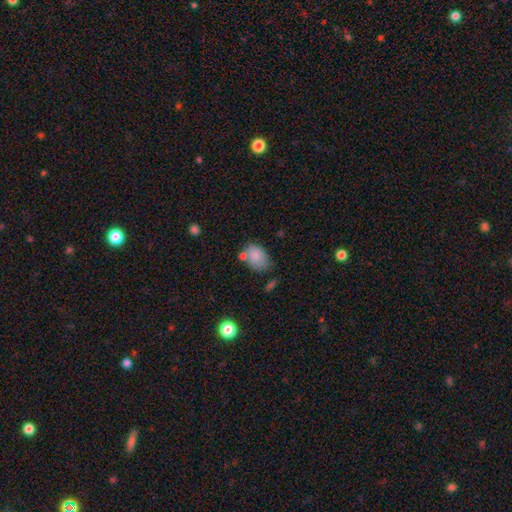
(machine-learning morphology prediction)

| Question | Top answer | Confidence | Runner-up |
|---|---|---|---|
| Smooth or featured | smooth | 82% | featured or disk (10%) |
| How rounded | in between | 78% | round (21%) |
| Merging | none | 54% | minor disturbance (23%) |